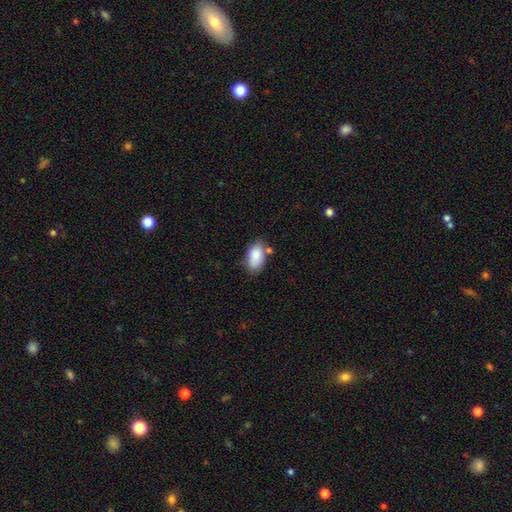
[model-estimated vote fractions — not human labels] A smooth galaxy with no disk features (85%) that is in between round and cigar-shaped (93%).

Vote fractions:
- Smooth or featured? smooth: 85% / featured or disk: 8% / star or artifact: 7%
- How rounded? in between: 93% / round: 5% / cigar-shaped: 3%
- Merging? none: 63% / minor disturbance: 22% / merger: 10% / major disturbance: 5%